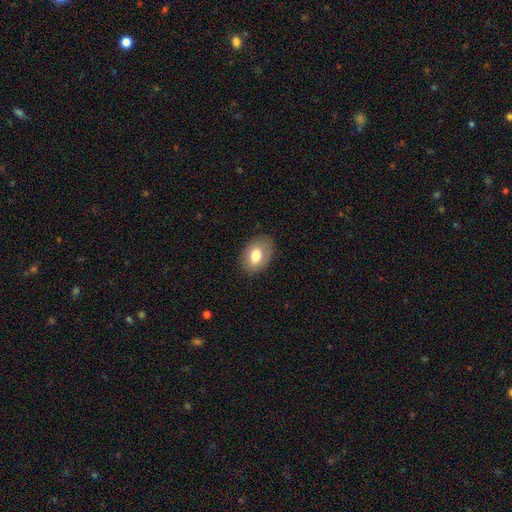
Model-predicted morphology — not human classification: Smooth or featured: smooth — 77% (featured or disk — 15%)
How rounded: in between — 83% (round — 16%)
Merging: none — 84% (minor disturbance — 12%)